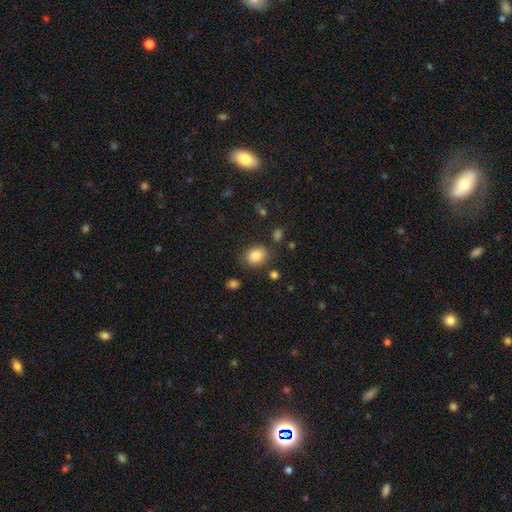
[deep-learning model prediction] Smooth or featured: smooth — 84% (star or artifact — 9%)
How rounded: in between — 59% (round — 40%)
Merging: none — 78% (minor disturbance — 13%)